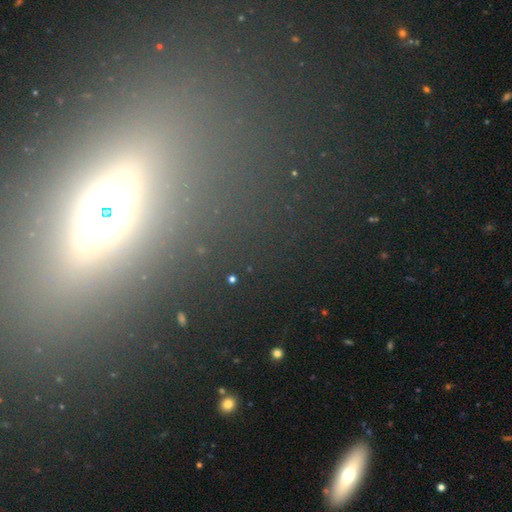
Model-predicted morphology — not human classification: Smooth or featured? Predicted: star or artifact (p=0.44).